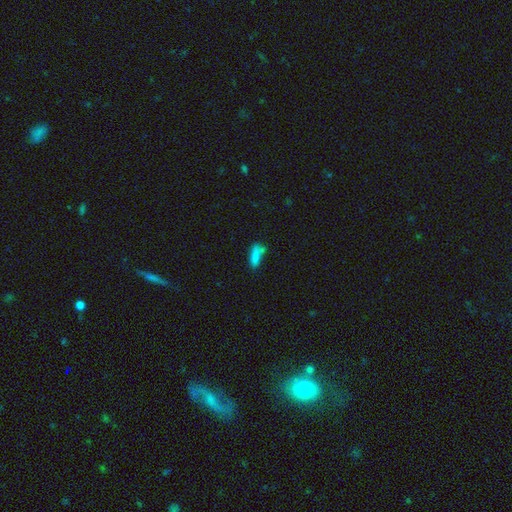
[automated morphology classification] smooth 76%, featured or disk 13%, star or artifact 11%. Down the decision tree: how rounded — in between (54%); merging — none (46%).